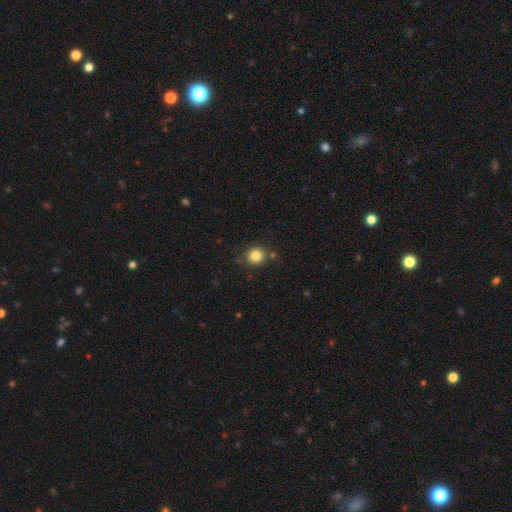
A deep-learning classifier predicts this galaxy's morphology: Q: Smooth or featured?
A: smooth (84%); runner-up: star or artifact (11%)
Q: How rounded?
A: round (90%); runner-up: in between (9%)
Q: Merging?
A: none (82%); runner-up: minor disturbance (10%)